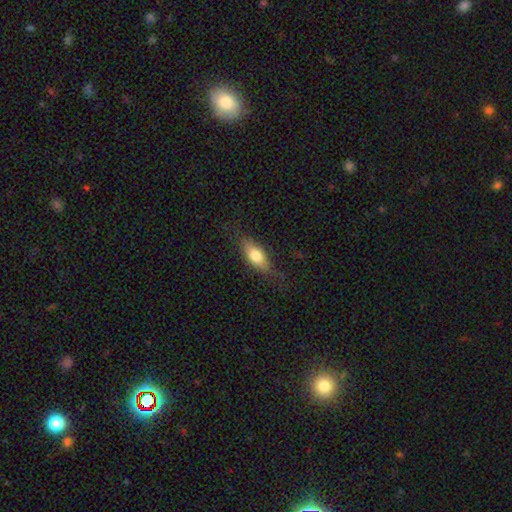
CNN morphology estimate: A smooth galaxy with no disk features (72%) that is in between round and cigar-shaped (78%).

Vote fractions:
- Smooth or featured? smooth: 72% / featured or disk: 22% / star or artifact: 6%
- How rounded? in between: 78% / cigar-shaped: 19% / round: 3%
- Merging? none: 75% / minor disturbance: 18% / major disturbance: 6% / merger: 1%